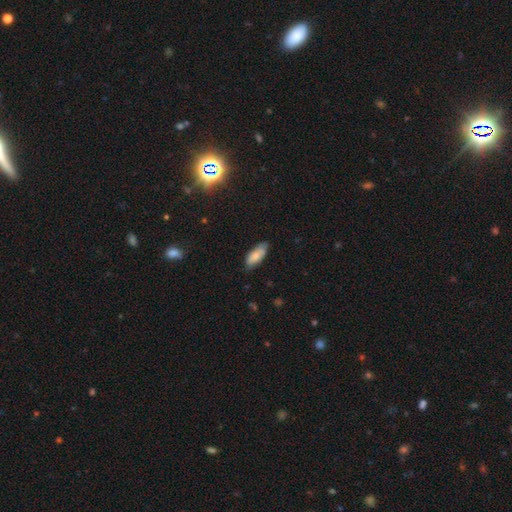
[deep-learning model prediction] smooth-or-featured: smooth: 77% | featured or disk: 16% | star or artifact: 7%
  how-rounded: in between: 78% | cigar-shaped: 20% | round: 2%
  merging: none: 70% | minor disturbance: 24% | major disturbance: 4% | merger: 2%